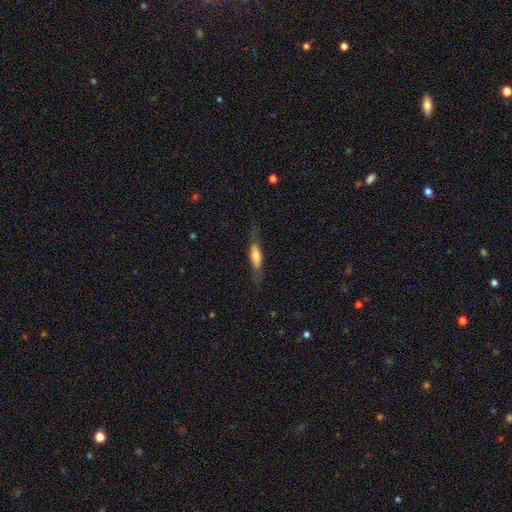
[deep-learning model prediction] A smooth galaxy with no disk features (55%) that is cigar-shaped (64%). Merging: none (69%).